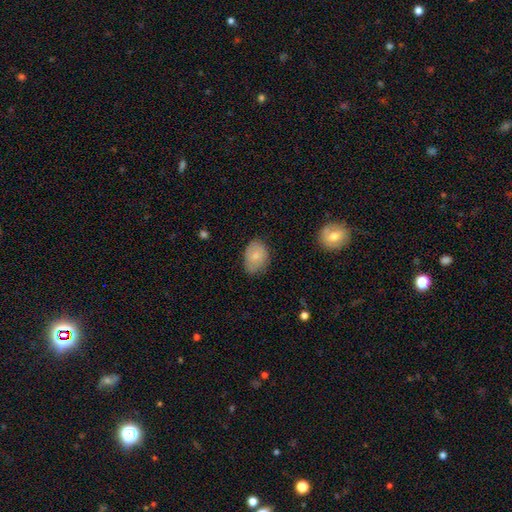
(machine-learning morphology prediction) smooth 76%, featured or disk 17%, star or artifact 7%. Down the decision tree: how rounded — in between (66%); merging — none (66%).